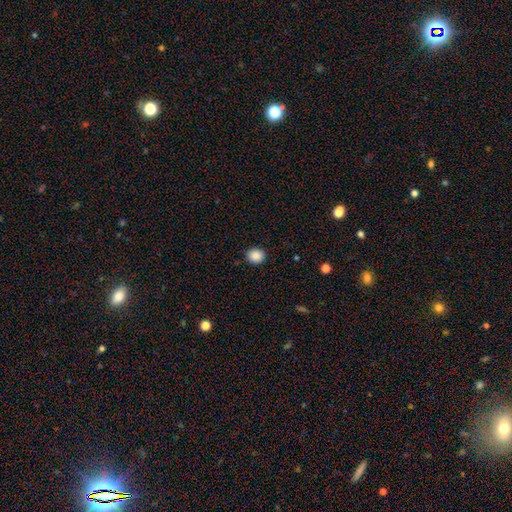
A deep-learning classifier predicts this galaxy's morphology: A smooth galaxy with no disk features (87%) that is round (80%).

Vote fractions:
- Smooth or featured? smooth: 87% / star or artifact: 9% / featured or disk: 3%
- How rounded? round: 80% / in between: 19% / cigar-shaped: 1%
- Merging? none: 91% / minor disturbance: 6% / major disturbance: 2% / merger: 1%